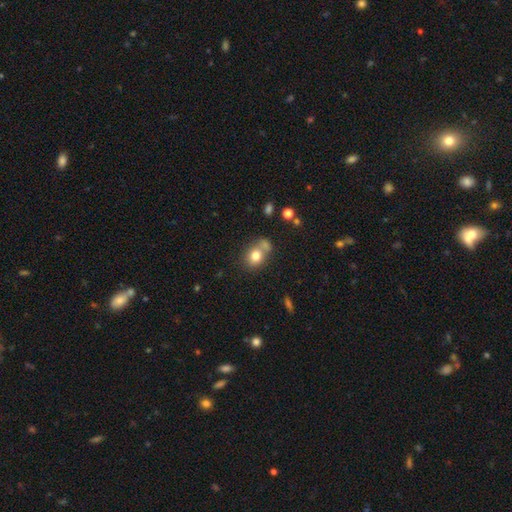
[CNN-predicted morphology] Smooth or featured: smooth — 78% (featured or disk — 11%)
How rounded: round — 60% (in between — 39%)
Merging: none — 50% (merger — 31%)